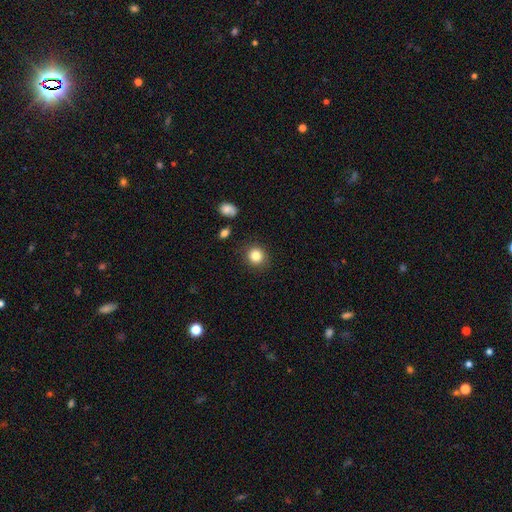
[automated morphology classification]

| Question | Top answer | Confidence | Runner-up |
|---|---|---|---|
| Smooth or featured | smooth | 84% | star or artifact (11%) |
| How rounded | round | 87% | in between (12%) |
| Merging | none | 89% | minor disturbance (7%) |